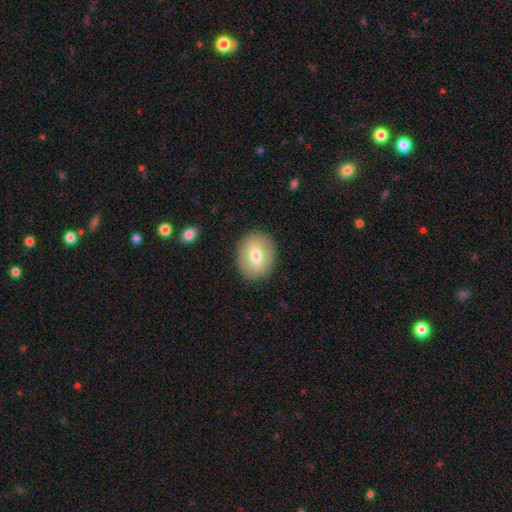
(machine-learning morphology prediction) Q: Smooth or featured?
A: smooth (64%); runner-up: featured or disk (29%)
Q: How rounded?
A: round (50%); runner-up: in between (49%)
Q: Merging?
A: none (88%); runner-up: minor disturbance (8%)